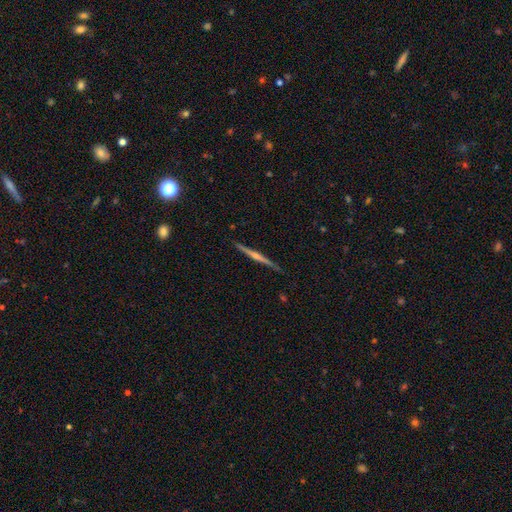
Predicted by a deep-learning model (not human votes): Smooth or featured: featured or disk — 79% (smooth — 15%)
Edge-on disk: yes — 98% (no — 2%)
Edge-on bulge: rounded — 72% (none — 20%)
Merging: none — 91% (minor disturbance — 7%)